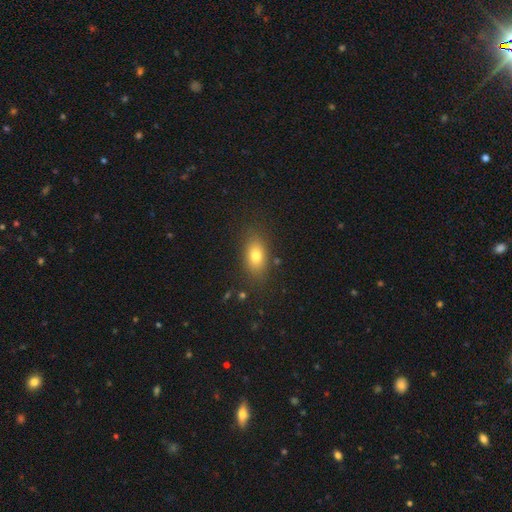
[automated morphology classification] This is likely a smooth galaxy (77%). How rounded: clearly in between (82%). Merging: clearly none (83%).